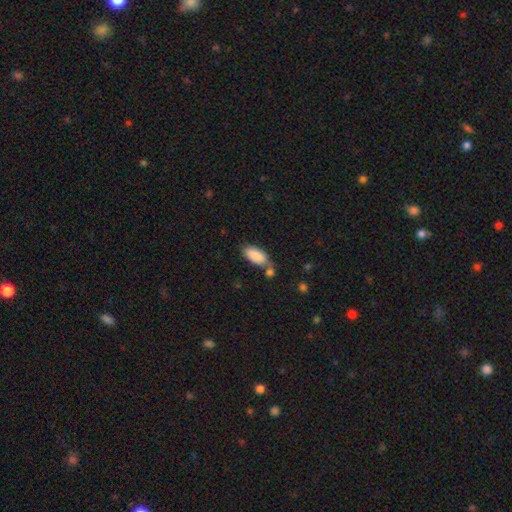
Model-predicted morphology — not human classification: Smooth or featured? Predicted: smooth (p=0.86). How rounded? Predicted: in between (p=0.91). Merging? Predicted: none (p=0.54).